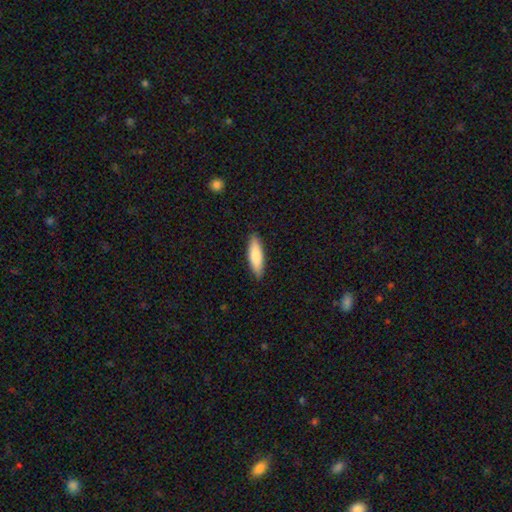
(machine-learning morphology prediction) Overall: smooth (83%). How rounded: cigar-shaped (59%; in between 40%). Merging: none (89%).